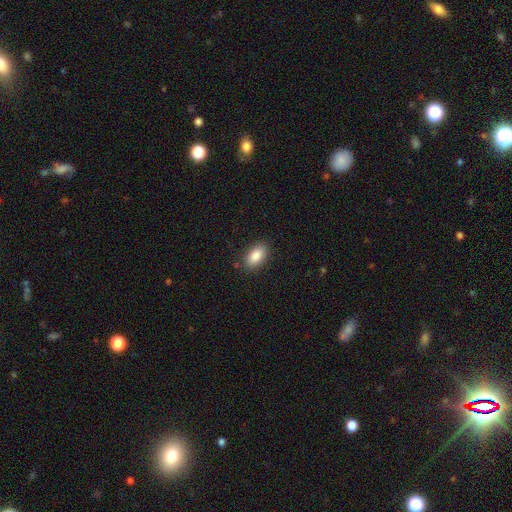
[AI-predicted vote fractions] Smooth or featured?
  - smooth: 87% *
  - star or artifact: 7%
  - featured or disk: 6%
How rounded?
  - in between: 92% *
  - round: 6%
  - cigar-shaped: 2%
Merging?
  - none: 86% *
  - minor disturbance: 10%
  - major disturbance: 3%
  - merger: 1%